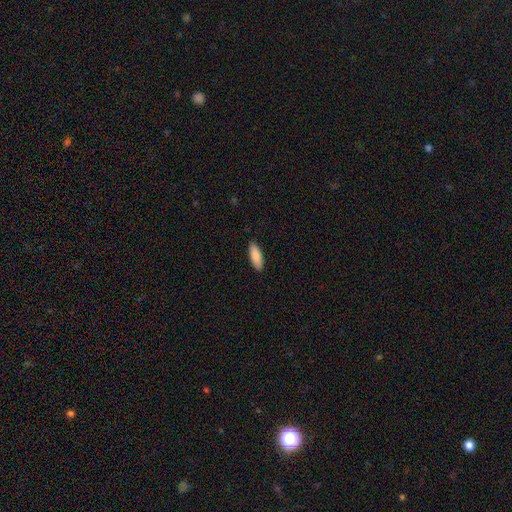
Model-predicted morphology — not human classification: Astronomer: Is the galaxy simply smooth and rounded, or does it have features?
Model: smooth — 88%.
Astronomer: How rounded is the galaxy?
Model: in between — 64%.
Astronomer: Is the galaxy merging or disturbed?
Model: none — 90%.